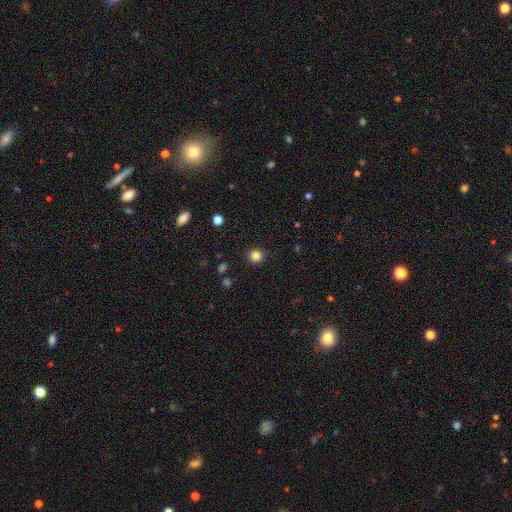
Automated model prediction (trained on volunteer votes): Morphology: type=smooth (84%); roundness=round (93%); merging=none (91%).